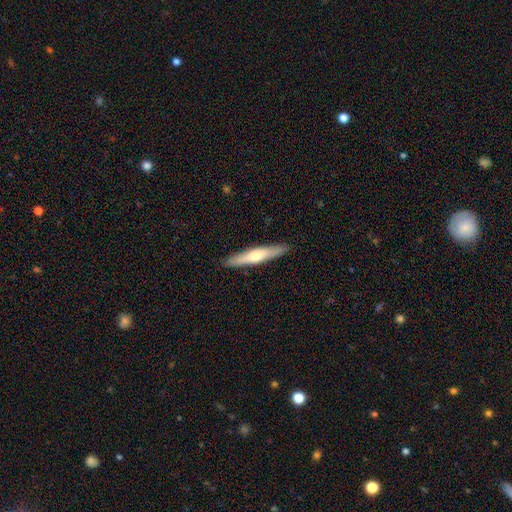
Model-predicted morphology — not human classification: Q: Smooth or featured?
A: smooth (52%); runner-up: featured or disk (43%)
Q: How rounded?
A: cigar-shaped (89%); runner-up: in between (9%)
Q: Merging?
A: none (90%); runner-up: minor disturbance (7%)